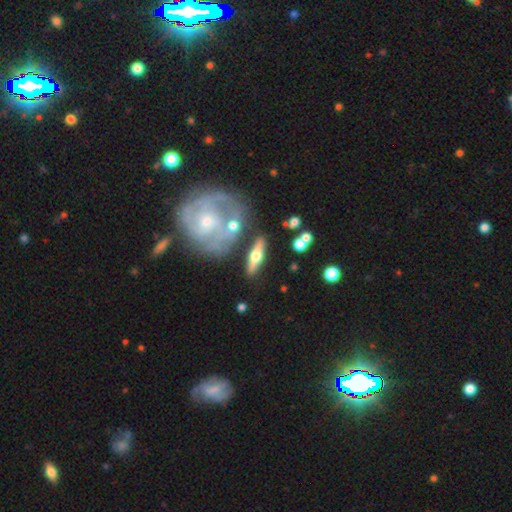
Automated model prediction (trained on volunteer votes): Smooth or featured?
  - featured or disk: 65% *
  - smooth: 28%
  - star or artifact: 6%
Edge-on disk?
  - yes: 85% *
  - no: 15%
Edge-on bulge?
  - rounded: 95% *
  - boxy: 3%
  - none: 2%
Merging?
  - none: 77% *
  - minor disturbance: 11%
  - merger: 8%
  - major disturbance: 4%